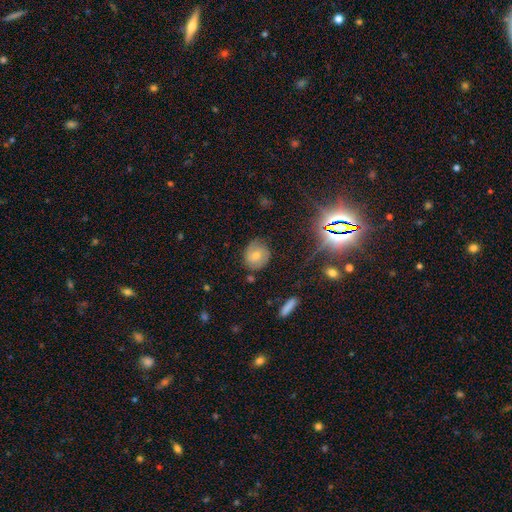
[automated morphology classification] Smooth or featured? Predicted: smooth (p=0.45). Merging? Predicted: none (p=0.76).